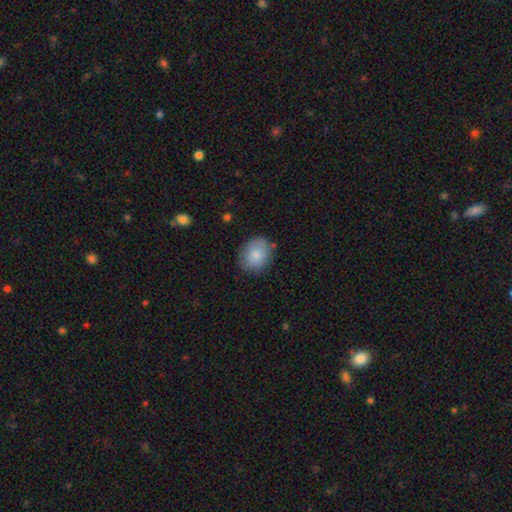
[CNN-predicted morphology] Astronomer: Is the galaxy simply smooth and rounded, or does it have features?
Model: smooth — 79%.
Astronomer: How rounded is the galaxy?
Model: round — 55% (runner-up: in between, 44%).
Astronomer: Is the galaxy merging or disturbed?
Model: none — 76%.